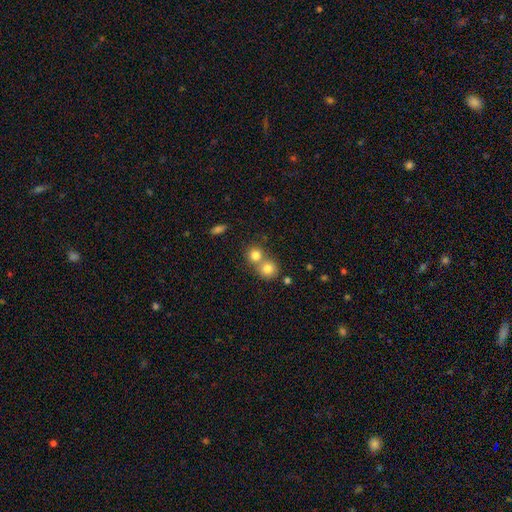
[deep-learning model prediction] This appears to be a smooth galaxy with no disk features (79%) that is round (86%). Merging: merger (51%).